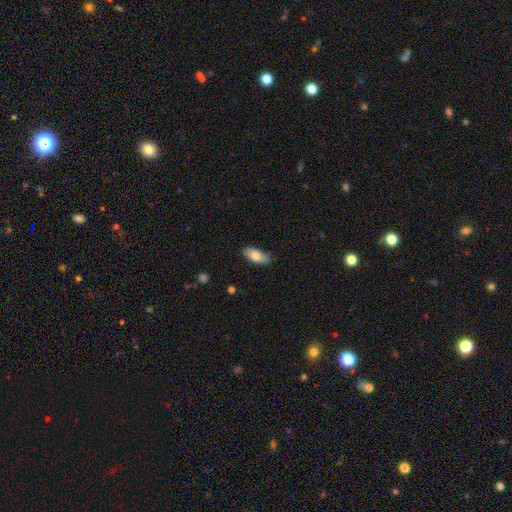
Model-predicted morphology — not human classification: Smooth or featured? smooth (77%)
How rounded? in between (87%)
Merging? none (82%)